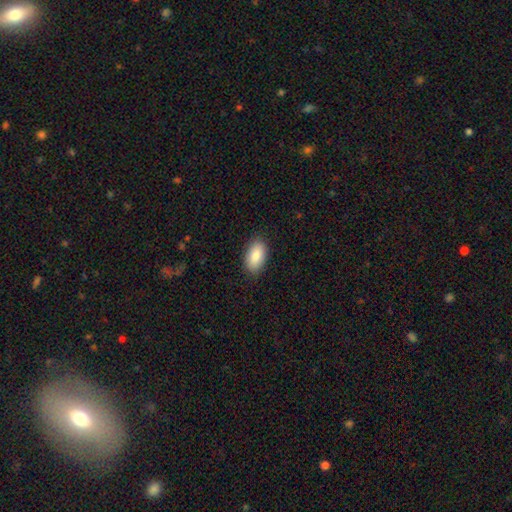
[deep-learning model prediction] Smooth or featured: smooth — 87% (star or artifact — 6%)
How rounded: in between — 94% (round — 4%)
Merging: none — 88% (minor disturbance — 9%)